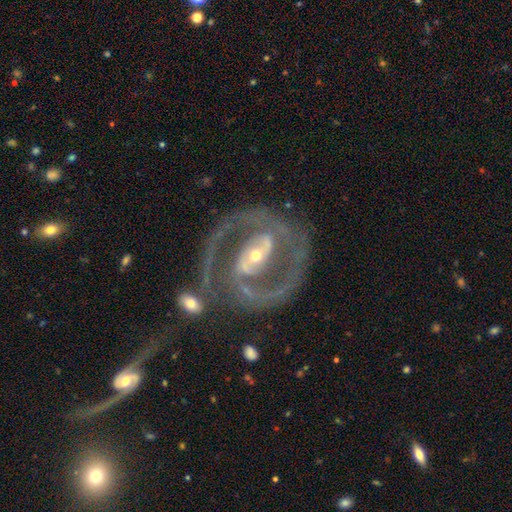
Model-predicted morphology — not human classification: smooth-or-featured: featured or disk: 90% | smooth: 5% | star or artifact: 5%
  disk-edge-on: no: 97% | yes: 3%
    bar: strong: 43% | weak: 33% | no: 24%
    has-spiral-arms: yes: 93% | no: 7%
      spiral-winding: medium: 54% | tight: 33% | loose: 13%
      spiral-arm-count: 2: 90% | can't tell: 3% | 3: 2% | 1: 2% | 4: 1% | more than 4: 1%
    bulge-size: small: 53% | moderate: 42% | large: 3% | none: 1% | dominant: 1%
  merging: none: 71% | minor disturbance: 14% | major disturbance: 10% | merger: 5%